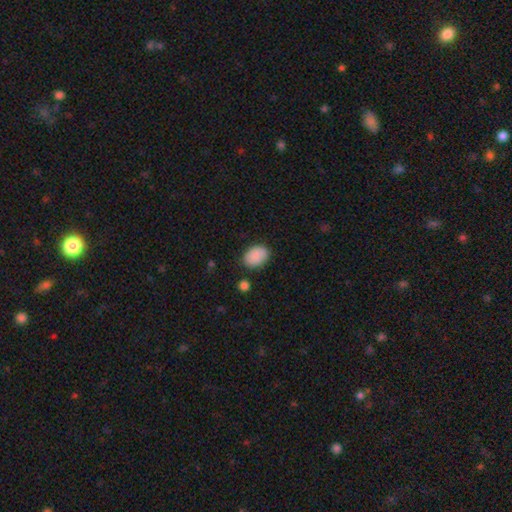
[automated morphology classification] A smooth galaxy with no disk features (85%) that is in between round and cigar-shaped (76%).

Vote fractions:
- Smooth or featured? smooth: 85% / featured or disk: 7% / star or artifact: 7%
- How rounded? in between: 76% / round: 23% / cigar-shaped: 1%
- Merging? none: 76% / minor disturbance: 17% / major disturbance: 4% / merger: 3%